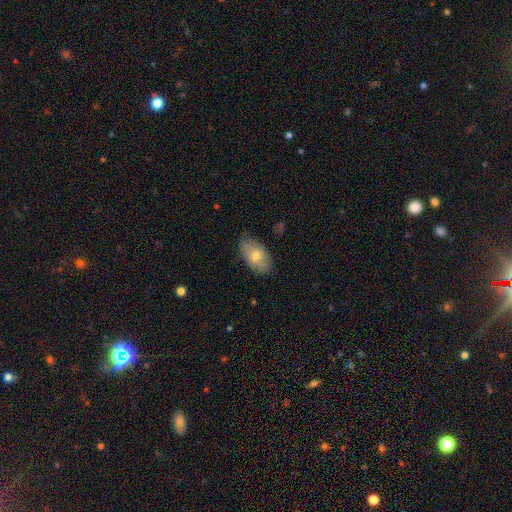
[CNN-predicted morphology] A smooth galaxy with no disk features (68%) that is in between round and cigar-shaped (93%). Merging: none (78%).